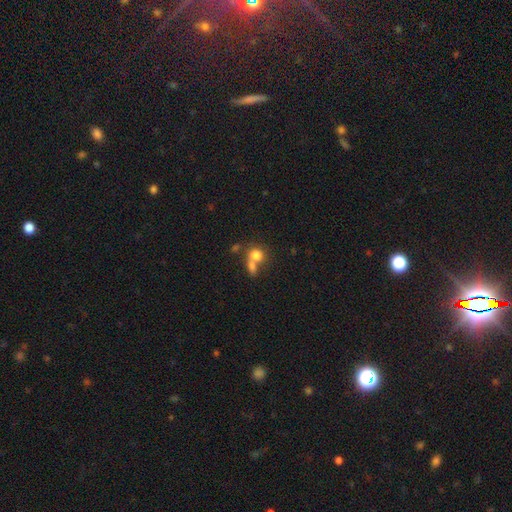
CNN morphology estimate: smooth_or_featured: smooth (p=0.78) [alt: featured or disk p=0.12]
how_rounded: round (p=0.68) [alt: in between p=0.30]
merging: merger (p=0.50) [alt: none p=0.35]